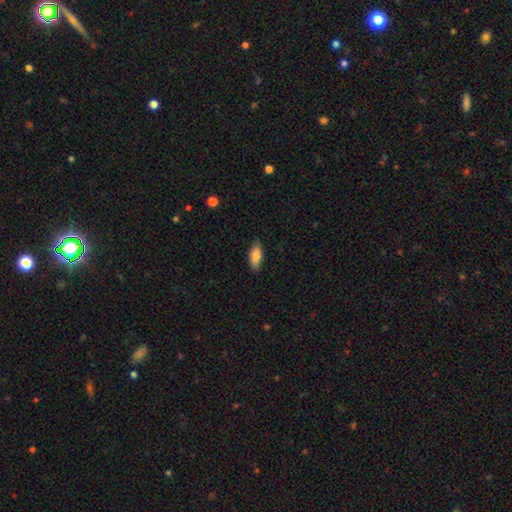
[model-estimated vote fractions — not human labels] A smooth galaxy with no disk features (81%) that is in between round and cigar-shaped (80%). Merging: none (86%).